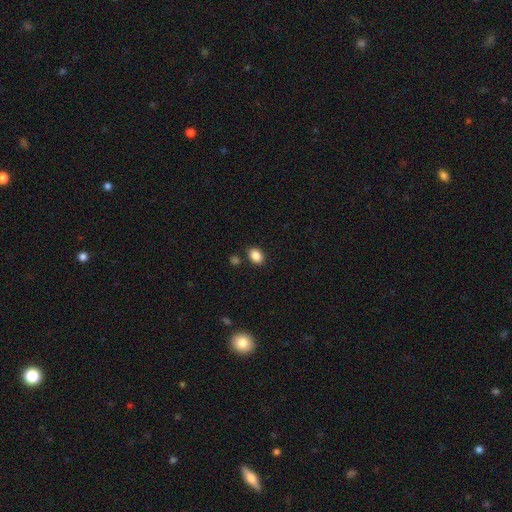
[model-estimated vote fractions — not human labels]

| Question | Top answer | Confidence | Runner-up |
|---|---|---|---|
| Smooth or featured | smooth | 87% | star or artifact (9%) |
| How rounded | in between | 73% | round (26%) |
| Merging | none | 82% | minor disturbance (10%) |